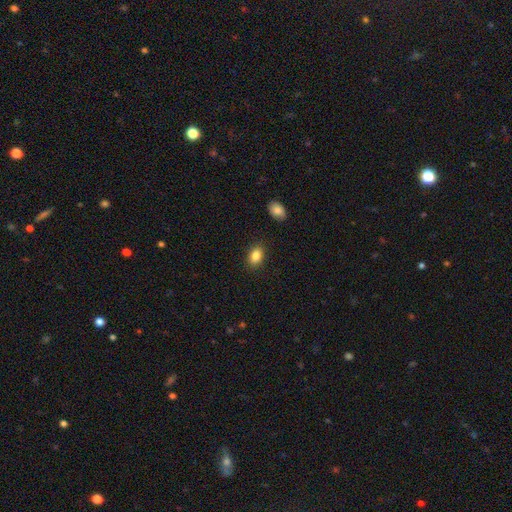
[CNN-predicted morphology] This is clearly a smooth galaxy (85%). How rounded: clearly in between (84%). Merging: clearly none (87%).